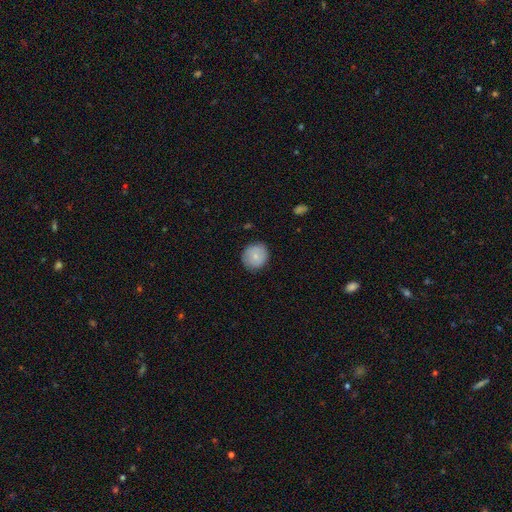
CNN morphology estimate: smooth-or-featured: smooth: 78% | featured or disk: 15% | star or artifact: 7%
  how-rounded: round: 89% | in between: 10% | cigar-shaped: 1%
  merging: none: 85% | minor disturbance: 12% | major disturbance: 2% | merger: 1%